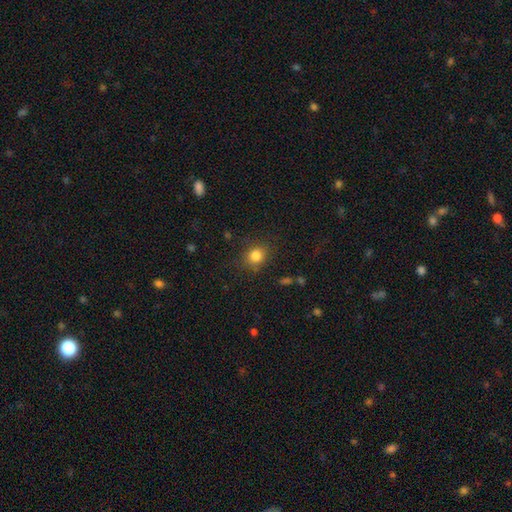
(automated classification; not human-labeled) Q: Smooth or featured?
A: smooth (82%); runner-up: star or artifact (12%)
Q: How rounded?
A: round (73%); runner-up: in between (26%)
Q: Merging?
A: none (82%); runner-up: minor disturbance (12%)